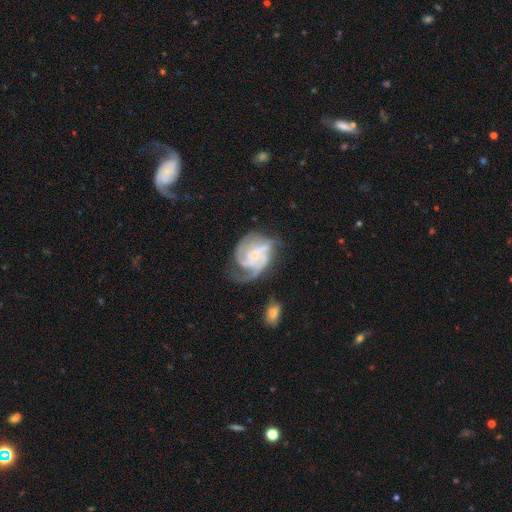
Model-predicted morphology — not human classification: Q: Smooth or featured?
A: featured or disk (87%); runner-up: smooth (8%)
Q: Edge-on disk?
A: no (98%); runner-up: yes (2%)
Q: Bar?
A: no (54%); runner-up: weak (37%)
Q: Spiral arms?
A: yes (96%); runner-up: no (4%)
Q: Spiral winding?
A: medium (46%); runner-up: tight (41%)
Q: Spiral arm count?
A: 3 (46%); runner-up: 2 (20%)
Q: Bulge size?
A: small (70%); runner-up: moderate (19%)
Q: Merging?
A: none (49%); runner-up: minor disturbance (24%)